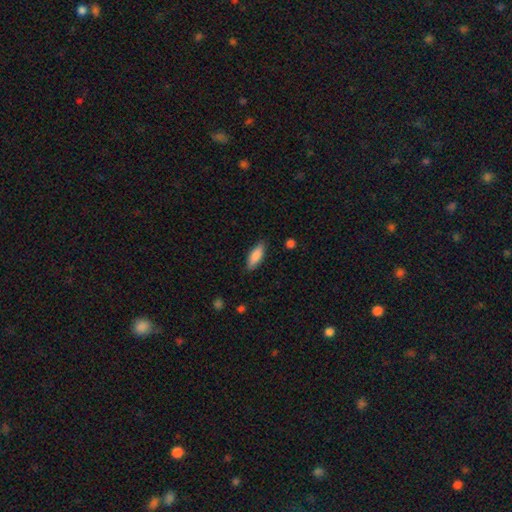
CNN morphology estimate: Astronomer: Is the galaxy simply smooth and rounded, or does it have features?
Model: smooth — 86%.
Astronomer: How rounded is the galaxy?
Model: in between — 62%.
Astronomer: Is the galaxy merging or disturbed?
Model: none — 86%.